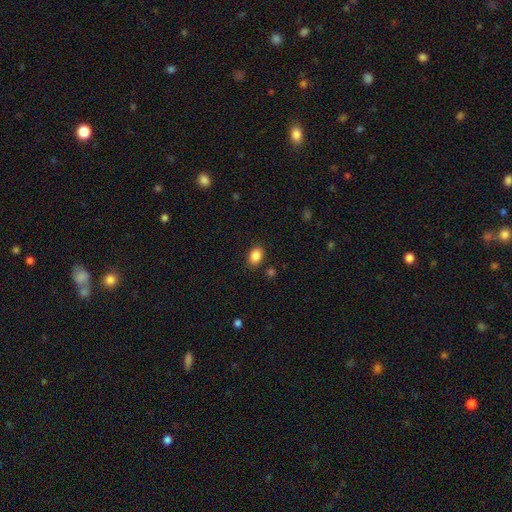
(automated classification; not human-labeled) Smooth or featured: smooth — 87% (star or artifact — 9%)
How rounded: in between — 77% (round — 22%)
Merging: none — 86% (minor disturbance — 9%)